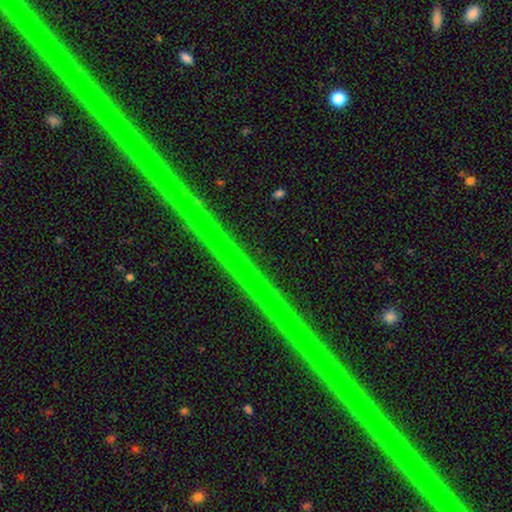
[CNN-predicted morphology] Q: Smooth or featured?
A: star or artifact (88%); runner-up: featured or disk (9%)